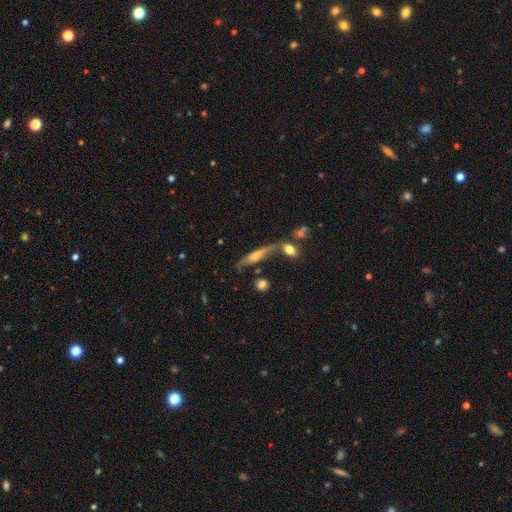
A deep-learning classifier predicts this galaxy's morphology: Q: Smooth or featured?
A: featured or disk (56%); runner-up: smooth (32%)
Q: Edge-on disk?
A: yes (81%); runner-up: no (19%)
Q: Merging?
A: none (48%); runner-up: merger (25%)